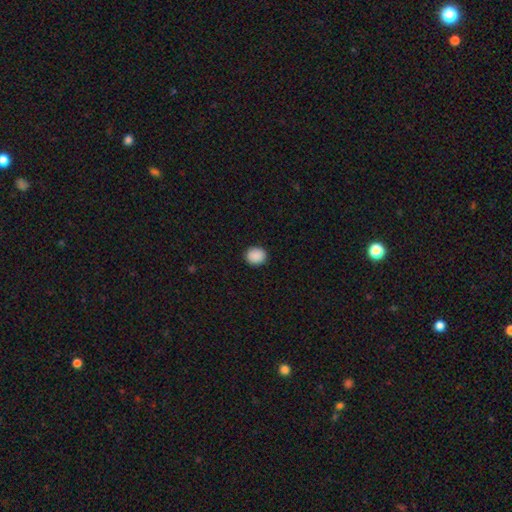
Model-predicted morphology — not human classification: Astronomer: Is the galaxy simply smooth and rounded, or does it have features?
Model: smooth — 90%.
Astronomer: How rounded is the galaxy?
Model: round — 72%.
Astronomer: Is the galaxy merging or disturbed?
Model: none — 90%.